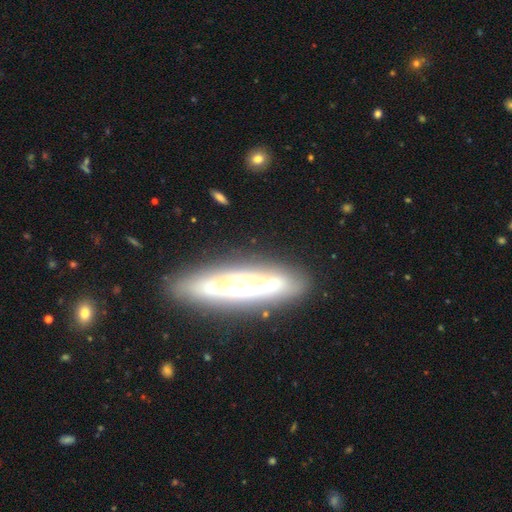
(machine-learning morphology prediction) Overall: featured or disk (72%). Edge-on disk: yes (56%; no 44%). Merging: none (82%).